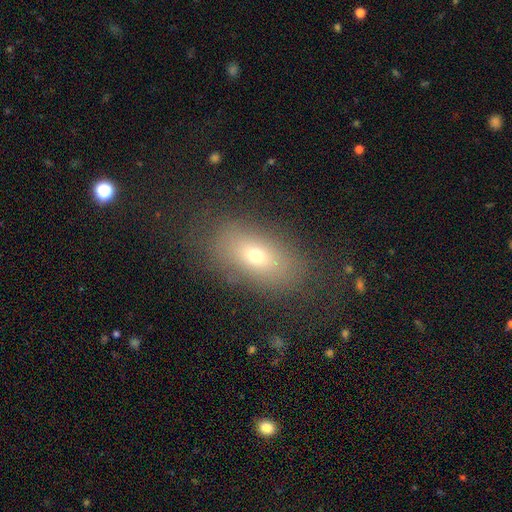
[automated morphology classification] This appears to be a smooth galaxy with no disk features (66%) that is in between round and cigar-shaped (83%). Merging: none (76%).